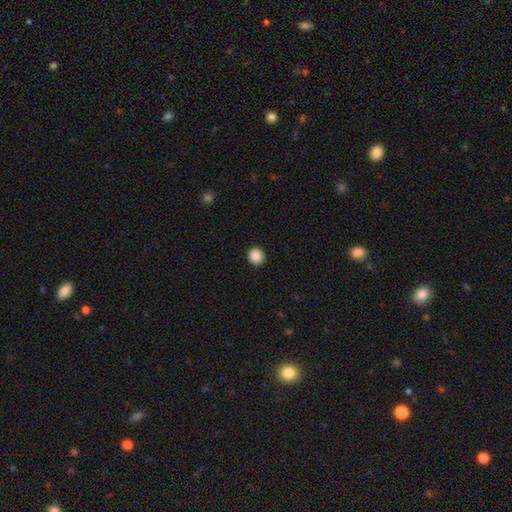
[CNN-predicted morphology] Smooth or featured: smooth — 88% (star or artifact — 9%)
How rounded: round — 88% (in between — 11%)
Merging: none — 92% (minor disturbance — 5%)